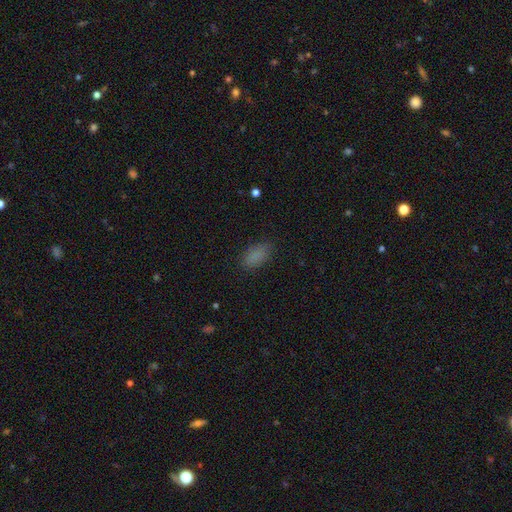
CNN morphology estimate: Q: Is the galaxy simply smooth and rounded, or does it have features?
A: smooth — 85%.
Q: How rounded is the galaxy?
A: in between — 91%.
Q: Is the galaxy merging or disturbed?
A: none — 84%.